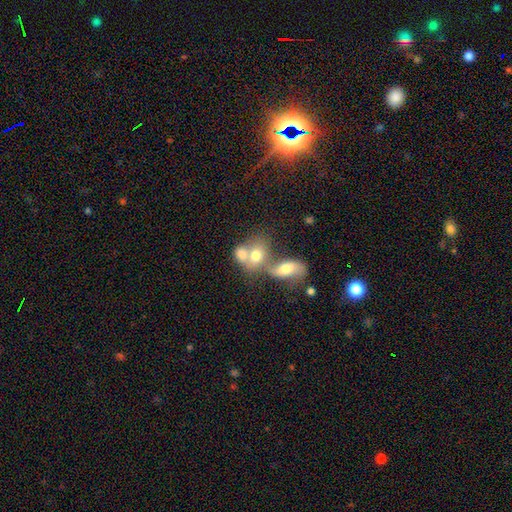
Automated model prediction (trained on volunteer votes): smooth-or-featured: smooth: 65% | featured or disk: 26% | star or artifact: 9%
  how-rounded: in between: 59% | round: 39% | cigar-shaped: 2%
  merging: merger: 69% | none: 18% | minor disturbance: 7% | major disturbance: 6%